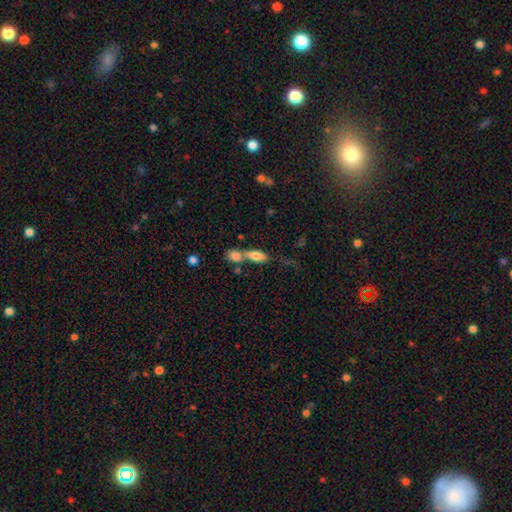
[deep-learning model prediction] A smooth galaxy with no disk features (71%) that is in between round and cigar-shaped (64%). Merging: merger (55%).